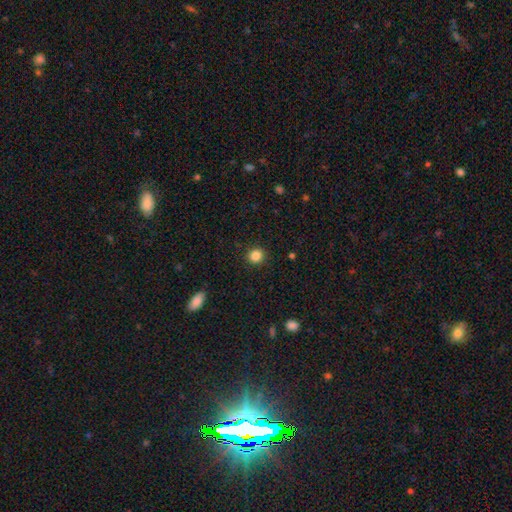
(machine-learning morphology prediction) This is clearly a smooth galaxy (85%). How rounded: clearly round (88%). Merging: clearly none (91%).